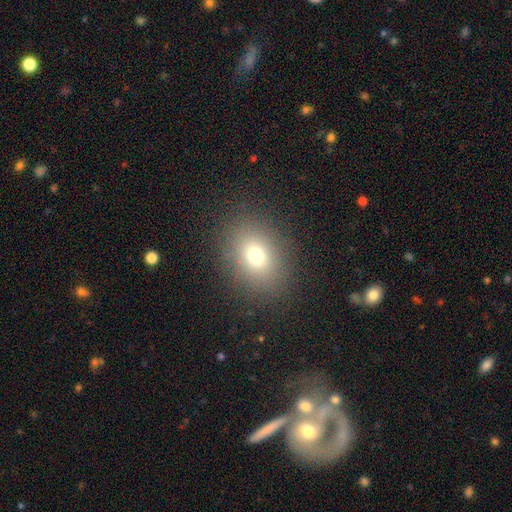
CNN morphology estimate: A smooth galaxy with no disk features (71%) that is in between round and cigar-shaped (55%). Merging: none (86%).